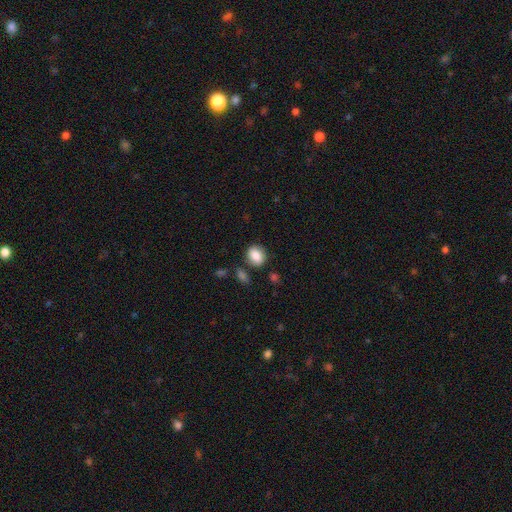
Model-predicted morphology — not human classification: Overall: smooth (84%). How rounded: round (49%, tied with in between). Merging: none (74%).